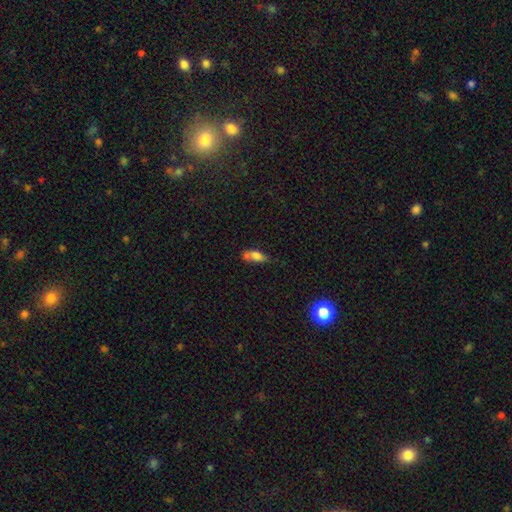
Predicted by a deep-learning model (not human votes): Q: Smooth or featured?
A: smooth (74%); runner-up: featured or disk (15%)
Q: How rounded?
A: in between (74%); runner-up: cigar-shaped (22%)
Q: Merging?
A: none (41%); runner-up: minor disturbance (32%)